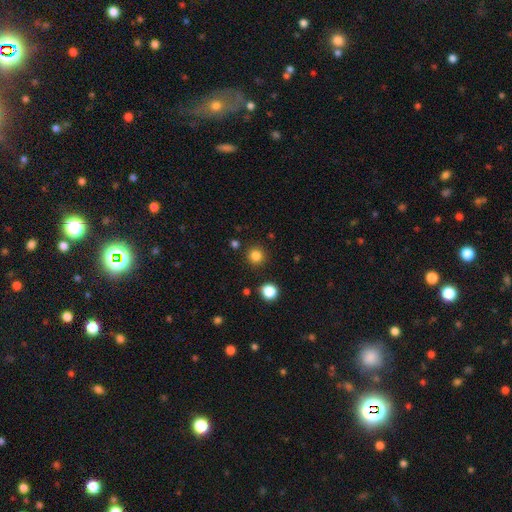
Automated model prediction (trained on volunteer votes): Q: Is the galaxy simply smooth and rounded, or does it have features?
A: smooth — 83%.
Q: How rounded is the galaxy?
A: round — 95%.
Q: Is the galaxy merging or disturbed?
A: none — 90%.